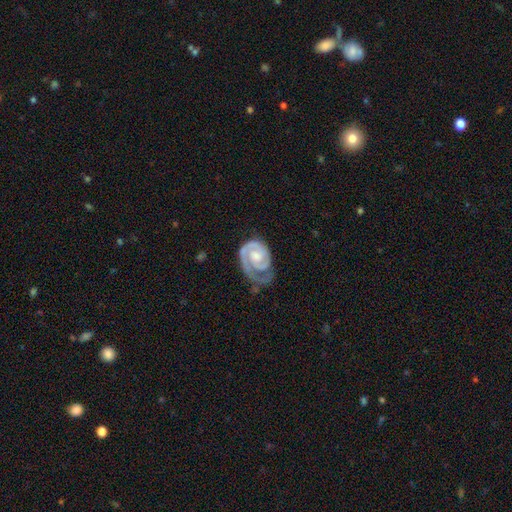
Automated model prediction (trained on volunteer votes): This is clearly a featured or disk galaxy (88%). It is clearly not viewed edge-on (98%). Bar: likely no (67%). Spiral arm pattern: clearly yes (97%). Spiral arm count: possibly 1 (54%). Spiral winding: likely tight (67%). Central bulge: marginally moderate (39%). Merging: possibly none (48%).